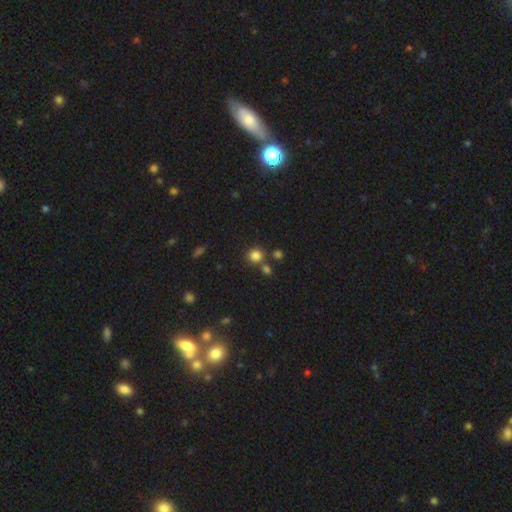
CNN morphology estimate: smooth 81%, star or artifact 14%, featured or disk 5%. Down the decision tree: how rounded — round (88%); merging — none (72%).